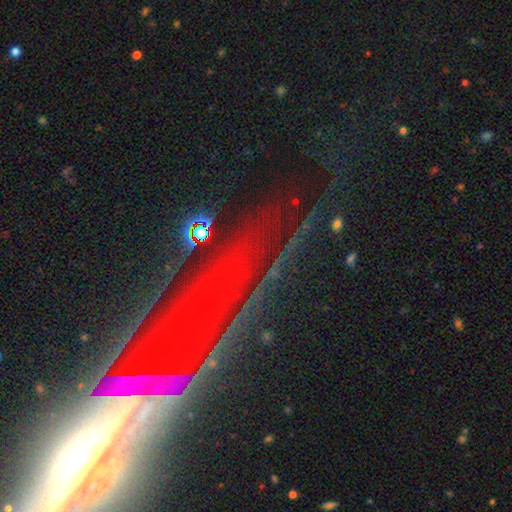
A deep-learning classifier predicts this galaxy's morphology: This appears to be a star or artifact, not a galaxy (83%).